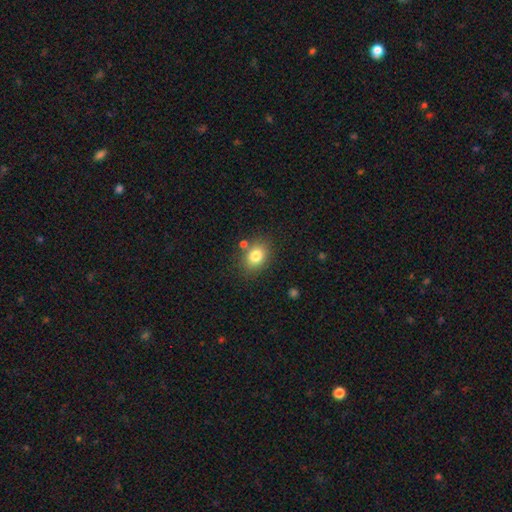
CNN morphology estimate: This is clearly a smooth galaxy (81%). How rounded: possibly in between (60%). Merging: likely none (75%).